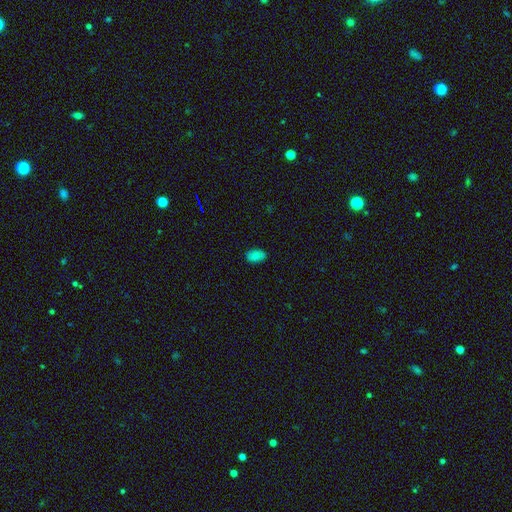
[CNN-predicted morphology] Smooth or featured: smooth — 84% (star or artifact — 11%)
How rounded: in between — 92% (round — 7%)
Merging: none — 86% (minor disturbance — 11%)